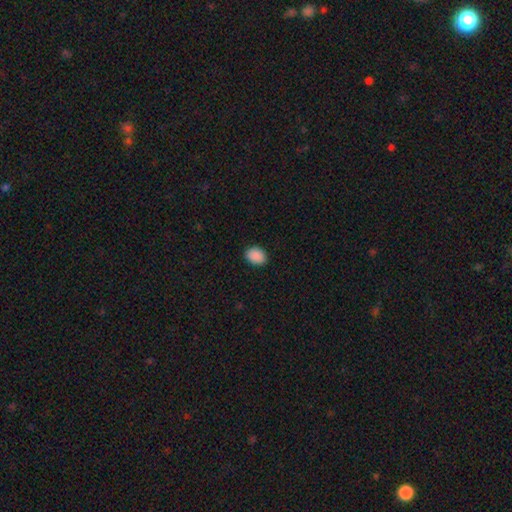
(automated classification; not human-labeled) Smooth or featured?
  - smooth: 90% *
  - star or artifact: 8%
  - featured or disk: 2%
How rounded?
  - in between: 73% *
  - round: 26%
  - cigar-shaped: 1%
Merging?
  - none: 87% *
  - minor disturbance: 10%
  - major disturbance: 2%
  - merger: 1%